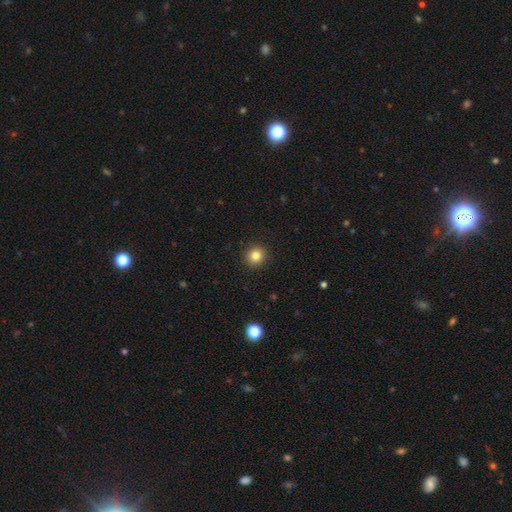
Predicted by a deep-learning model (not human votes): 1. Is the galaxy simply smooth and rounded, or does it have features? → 83% smooth, 11% star or artifact, 6% featured or disk.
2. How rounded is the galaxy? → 92% round, 7% in between, 1% cigar-shaped.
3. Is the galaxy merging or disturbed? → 92% none, 5% minor disturbance, 2% major disturbance, 1% merger.